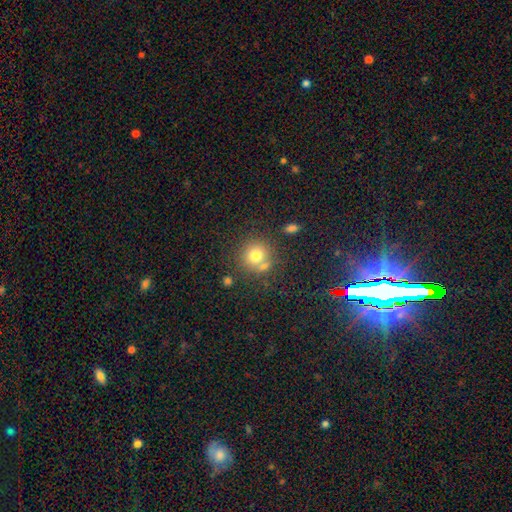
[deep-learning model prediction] This is likely a smooth galaxy (75%). How rounded: clearly round (89%). Merging: likely none (63%).